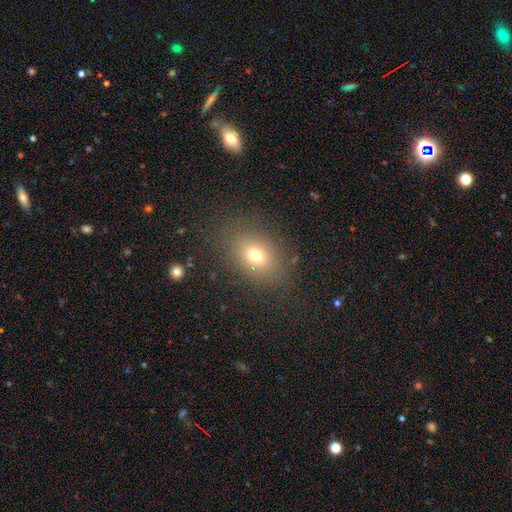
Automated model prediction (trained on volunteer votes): Q: Smooth or featured?
A: smooth (72%); runner-up: star or artifact (14%)
Q: How rounded?
A: in between (74%); runner-up: round (24%)
Q: Merging?
A: none (83%); runner-up: minor disturbance (11%)